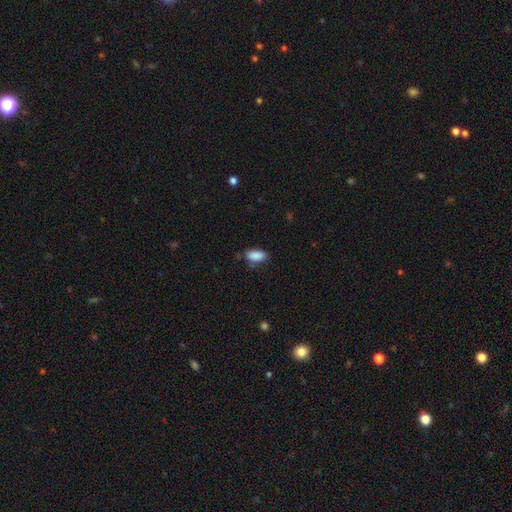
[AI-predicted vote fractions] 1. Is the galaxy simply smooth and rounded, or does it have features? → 89% smooth, 7% star or artifact, 4% featured or disk.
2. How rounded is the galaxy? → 92% in between, 5% cigar-shaped, 3% round.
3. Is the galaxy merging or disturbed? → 74% none, 20% minor disturbance, 4% major disturbance, 2% merger.